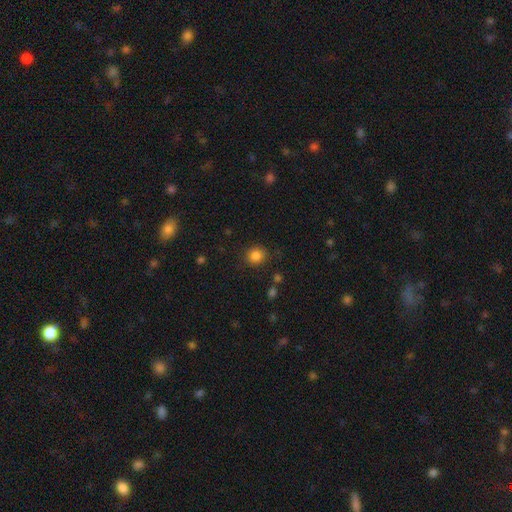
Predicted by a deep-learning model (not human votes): This appears to be a smooth galaxy with no disk features (84%) that is round (84%). Merging: none (86%).